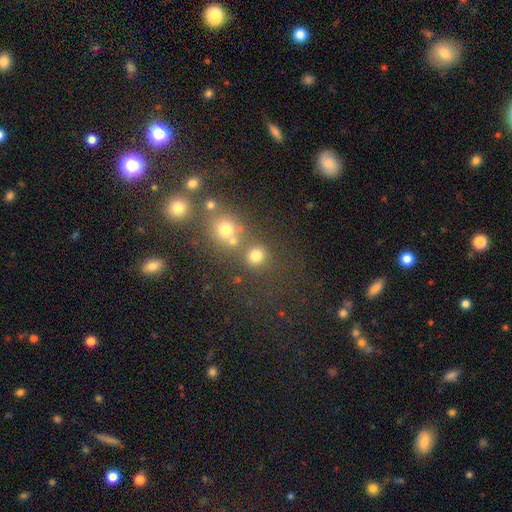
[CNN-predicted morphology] A smooth galaxy with no disk features (75%) that is round (88%). Merging: none (66%).